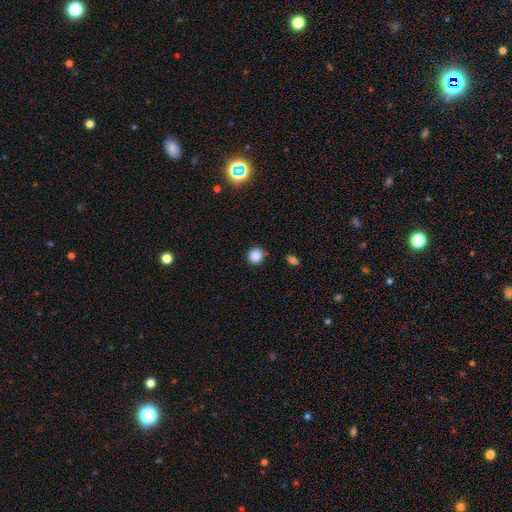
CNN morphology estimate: Q: Smooth or featured?
A: smooth (87%); runner-up: star or artifact (11%)
Q: How rounded?
A: round (84%); runner-up: in between (15%)
Q: Merging?
A: none (83%); runner-up: minor disturbance (11%)